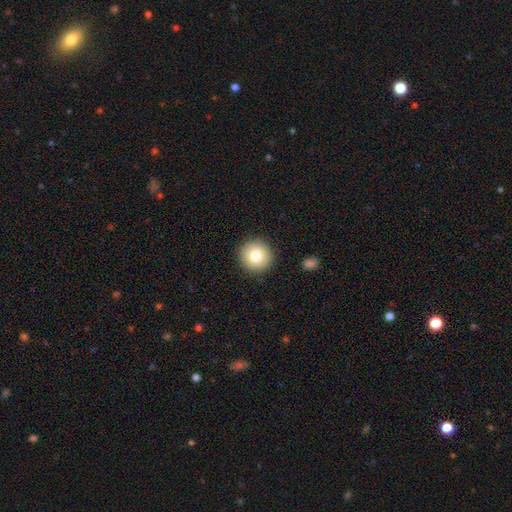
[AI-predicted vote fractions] Smooth or featured: smooth — 79% (featured or disk — 11%)
How rounded: round — 95% (in between — 4%)
Merging: none — 91% (minor disturbance — 6%)